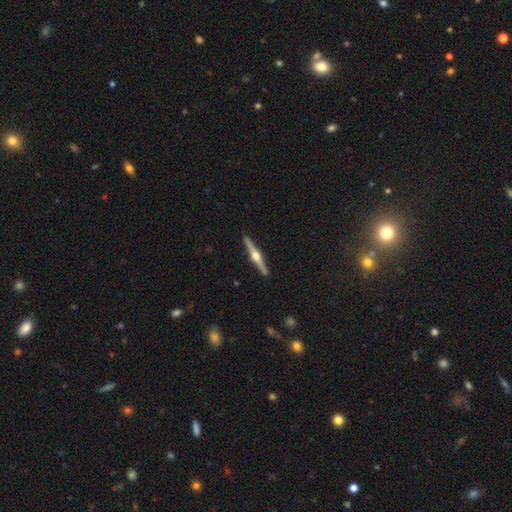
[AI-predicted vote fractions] A featured or disk galaxy (84%) viewed edge-on (99%) with a rounded central bulge (95%). Merging: none (92%).